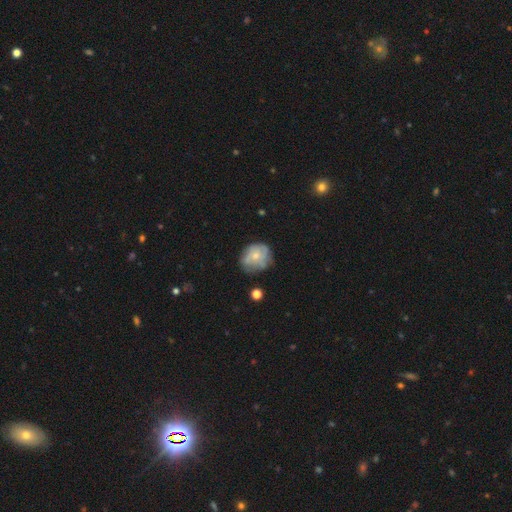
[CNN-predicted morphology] Smooth or featured? Predicted: featured or disk (p=0.51). Edge-on disk? Predicted: no (p=0.97). Merging? Predicted: none (p=0.60).